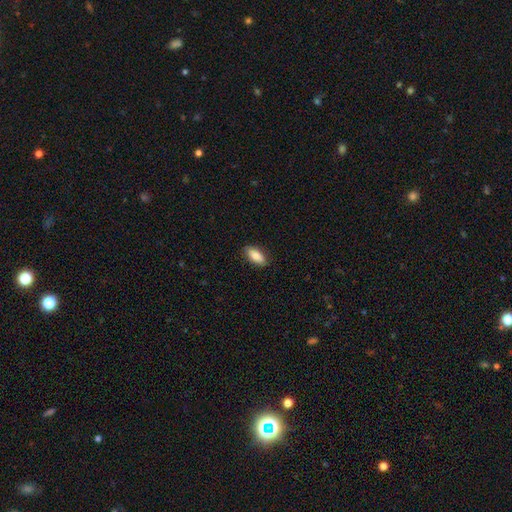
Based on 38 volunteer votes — Smooth or featured? 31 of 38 (82%) said smooth. How rounded? 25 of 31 (81%) said in between. Merging? 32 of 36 (89%) said none.